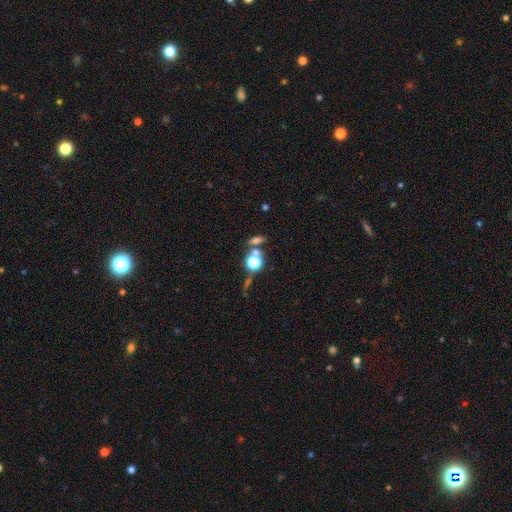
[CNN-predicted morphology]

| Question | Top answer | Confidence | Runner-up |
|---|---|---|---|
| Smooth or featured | star or artifact | 42% | smooth (40%) |